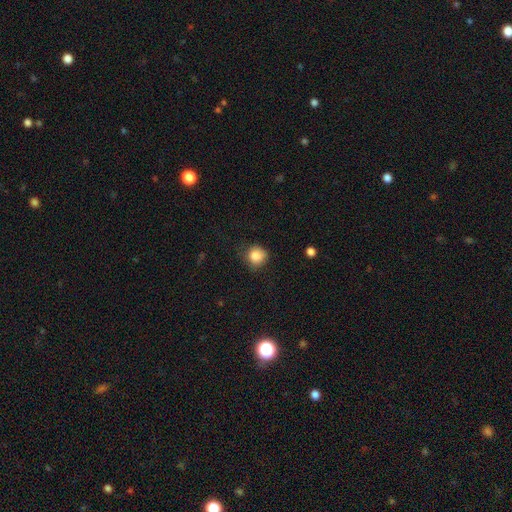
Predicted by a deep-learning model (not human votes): The model was most divided on "merging": none: 69%, minor disturbance: 23%, major disturbance: 7%, merger: 1%. More confident: smooth or featured — smooth (85%); how rounded — round (83%).